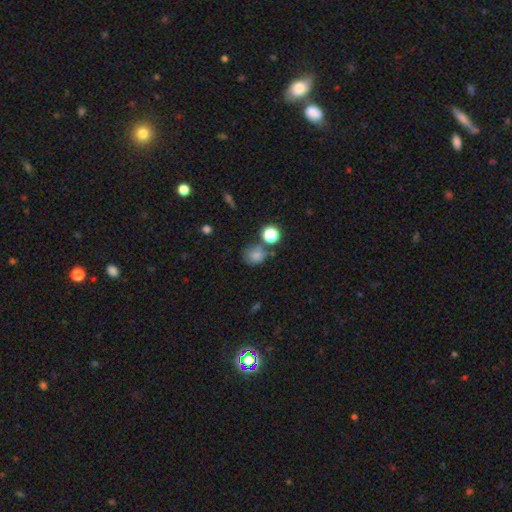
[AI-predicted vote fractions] Overall: smooth (72%). How rounded: round (74%). Merging: none (56%; minor disturbance 19%).